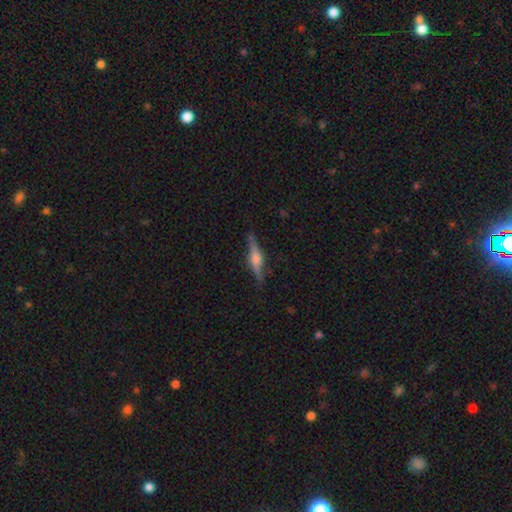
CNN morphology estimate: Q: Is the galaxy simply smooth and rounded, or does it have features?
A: featured or disk — 79%.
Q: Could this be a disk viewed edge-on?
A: yes — 97%.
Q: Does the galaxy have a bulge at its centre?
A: rounded — 85%.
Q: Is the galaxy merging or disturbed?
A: none — 86%.